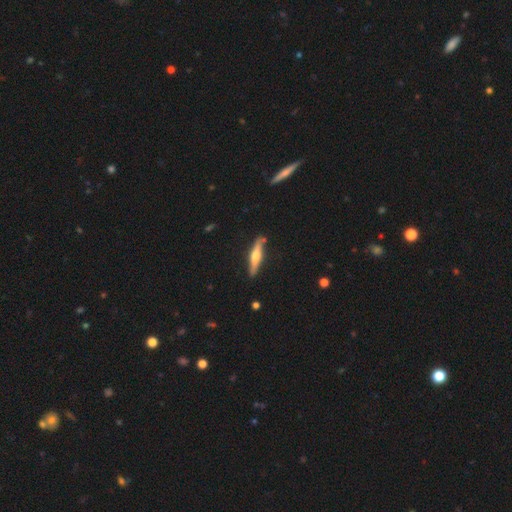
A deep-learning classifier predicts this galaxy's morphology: Q: Smooth or featured?
A: featured or disk (62%); runner-up: smooth (33%)
Q: Edge-on disk?
A: yes (95%); runner-up: no (5%)
Q: Edge-on bulge?
A: rounded (85%); runner-up: boxy (10%)
Q: Merging?
A: none (84%); runner-up: minor disturbance (12%)